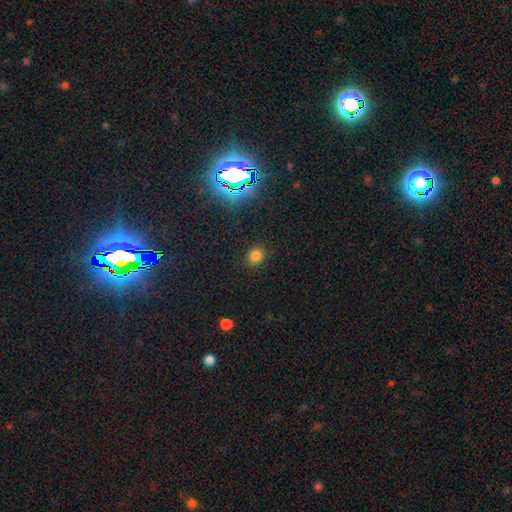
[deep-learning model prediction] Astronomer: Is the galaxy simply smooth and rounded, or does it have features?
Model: smooth — 75%.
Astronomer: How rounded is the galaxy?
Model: round — 69%.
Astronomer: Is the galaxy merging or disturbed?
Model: none — 85%.